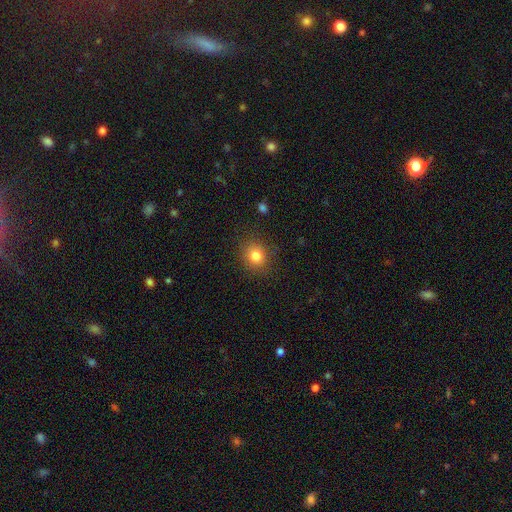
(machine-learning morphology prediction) A smooth galaxy with no disk features (82%) that is round (80%).

Vote fractions:
- Smooth or featured? smooth: 82% / star or artifact: 12% / featured or disk: 7%
- How rounded? round: 80% / in between: 19% / cigar-shaped: 1%
- Merging? none: 86% / minor disturbance: 9% / major disturbance: 3% / merger: 1%